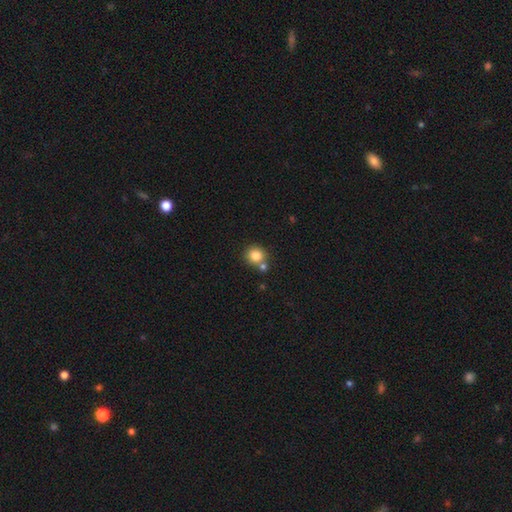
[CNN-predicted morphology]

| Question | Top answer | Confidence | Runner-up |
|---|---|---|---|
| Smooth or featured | smooth | 83% | star or artifact (11%) |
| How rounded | round | 90% | in between (9%) |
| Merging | none | 66% | merger (23%) |